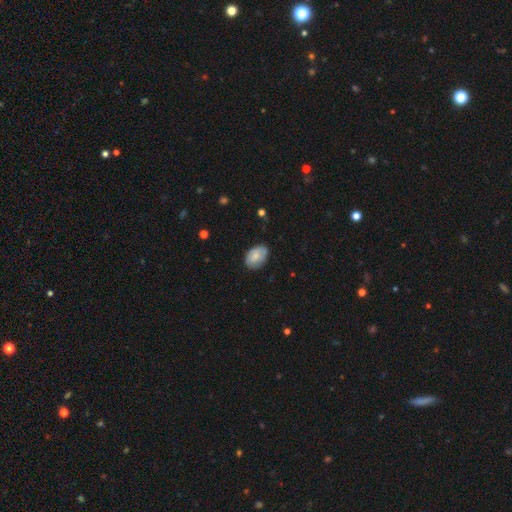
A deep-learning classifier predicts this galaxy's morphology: Overall: smooth (76%). How rounded: in between (84%). Merging: none (73%).